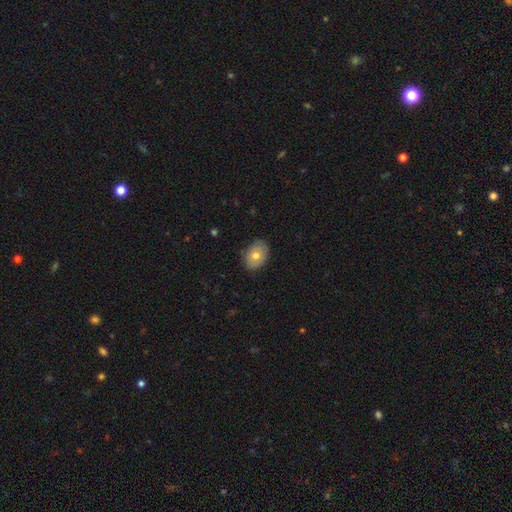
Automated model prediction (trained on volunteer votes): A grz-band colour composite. It shows a smooth galaxy with no disk features (75%) that is in between round and cigar-shaped (77%). Merging: none (85%).